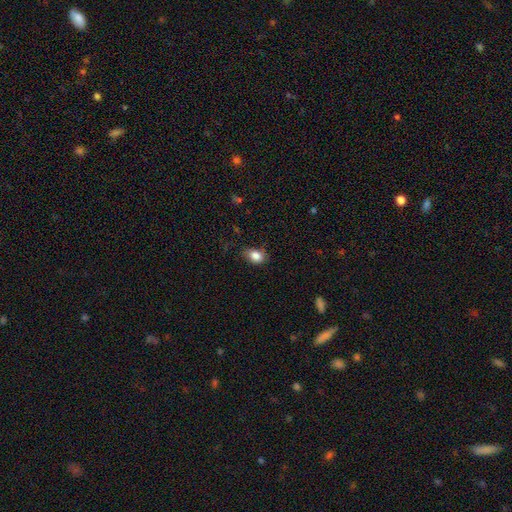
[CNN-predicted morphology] Smooth or featured?
  - smooth: 85% *
  - star or artifact: 9%
  - featured or disk: 6%
How rounded?
  - in between: 72% *
  - round: 27%
  - cigar-shaped: 1%
Merging?
  - none: 65% *
  - minor disturbance: 27%
  - major disturbance: 6%
  - merger: 2%